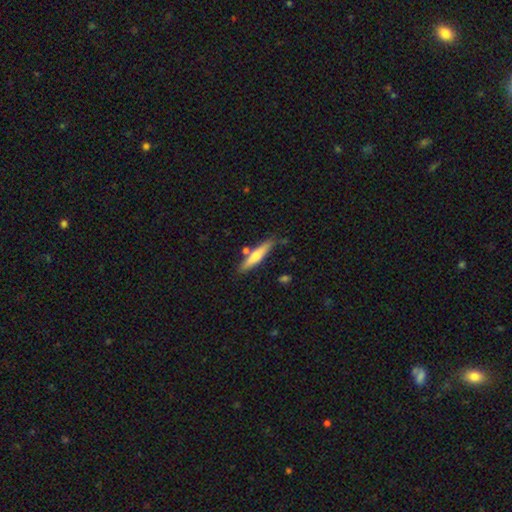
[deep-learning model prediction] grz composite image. It shows a smooth galaxy with no disk features (56%) that is cigar-shaped (86%). Merging: none (80%).